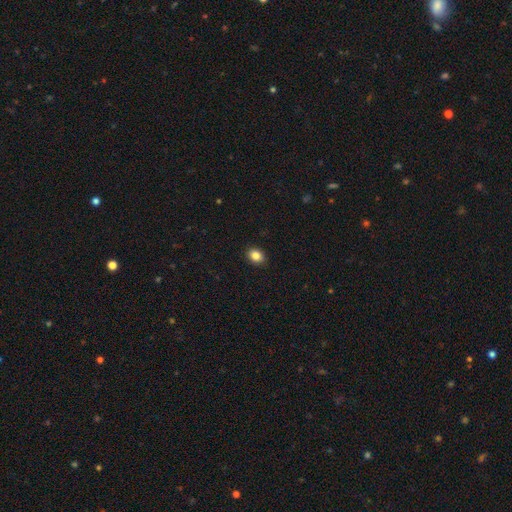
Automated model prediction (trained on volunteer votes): This is clearly a smooth galaxy (85%). How rounded: possibly in between (57%). Merging: clearly none (91%).